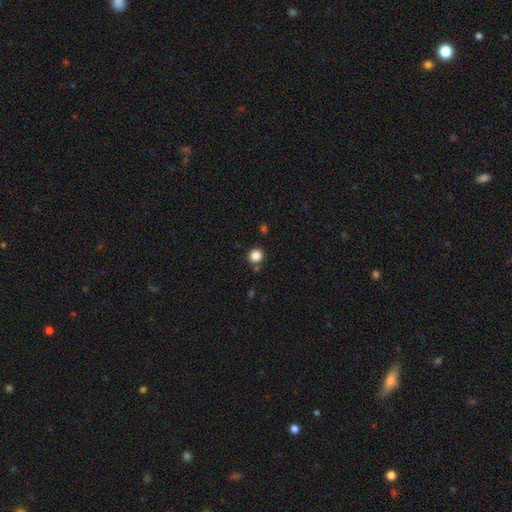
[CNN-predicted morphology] Smooth or featured? smooth (85%)
How rounded? round (89%)
Merging? none (84%)